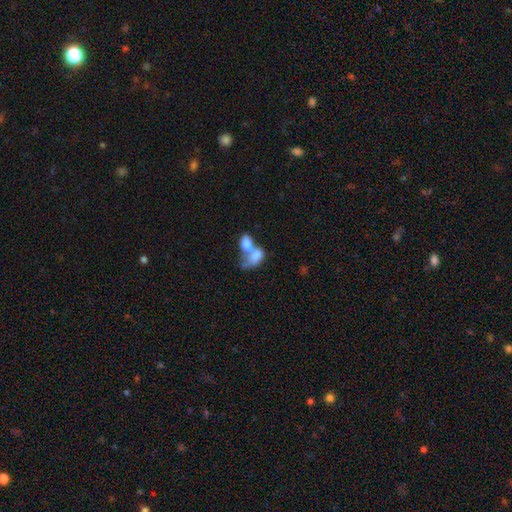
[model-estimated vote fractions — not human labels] A smooth galaxy with no disk features (73%) that is in between round and cigar-shaped (88%).

Vote fractions:
- Smooth or featured? smooth: 73% / featured or disk: 19% / star or artifact: 8%
- How rounded? in between: 88% / round: 9% / cigar-shaped: 2%
- Merging? merger: 75% / none: 12% / major disturbance: 7% / minor disturbance: 6%